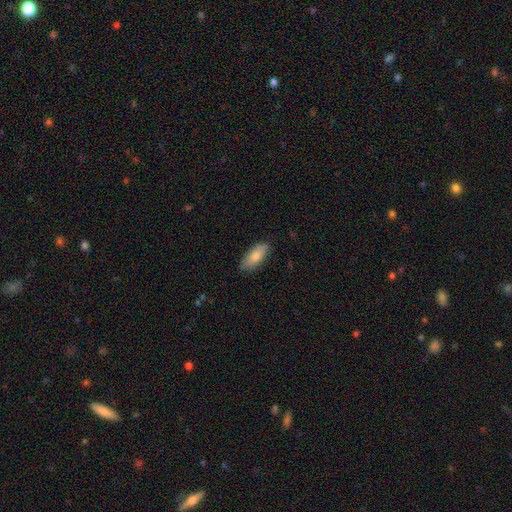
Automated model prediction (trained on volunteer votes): Overall: smooth (82%). How rounded: in between (77%). Merging: none (84%).